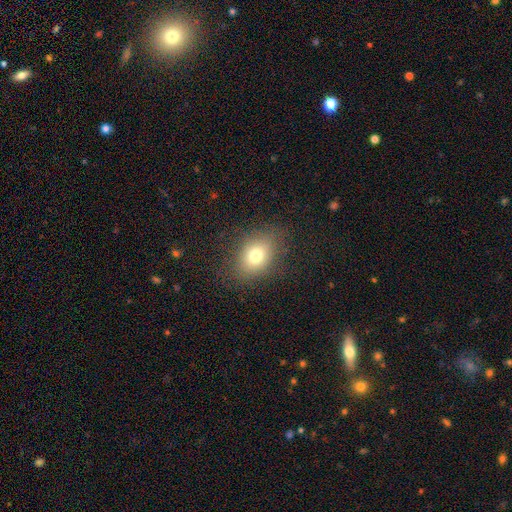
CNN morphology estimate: type=smooth (75%); roundness=in between (65%); merging=none (81%).